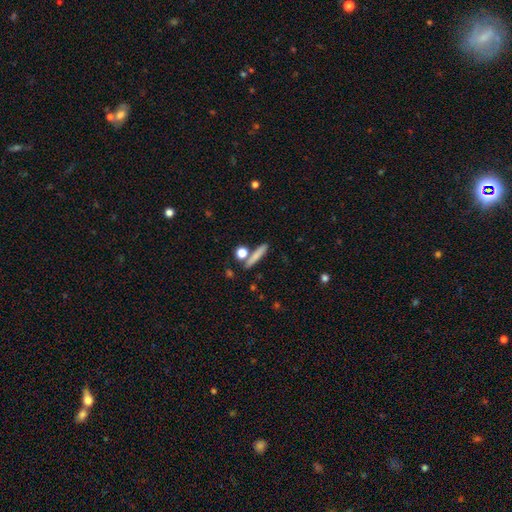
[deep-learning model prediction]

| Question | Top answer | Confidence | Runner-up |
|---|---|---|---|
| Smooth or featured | smooth | 75% | featured or disk (15%) |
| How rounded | cigar-shaped | 69% | round (17%) |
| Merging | none | 75% | merger (12%) |